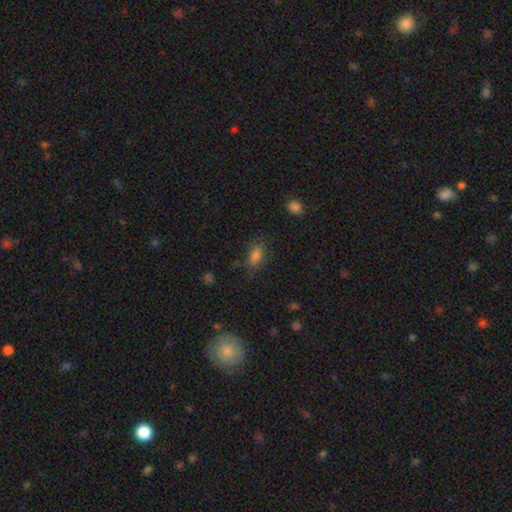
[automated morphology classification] A smooth galaxy with no disk features (73%) that is in between round and cigar-shaped (81%).

Vote fractions:
- Smooth or featured? smooth: 73% / star or artifact: 15% / featured or disk: 11%
- How rounded? in between: 81% / round: 10% / cigar-shaped: 9%
- Merging? none: 71% / minor disturbance: 20% / major disturbance: 7% / merger: 2%